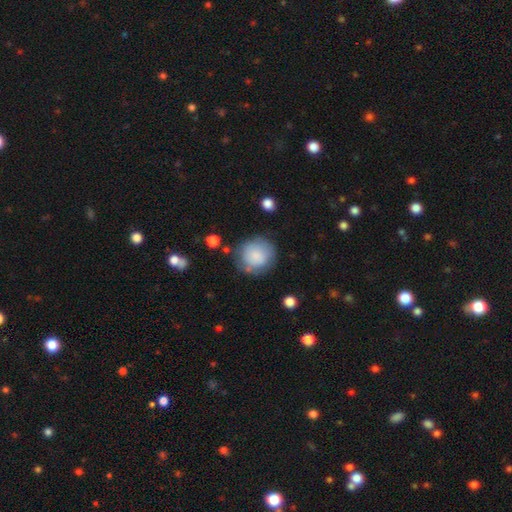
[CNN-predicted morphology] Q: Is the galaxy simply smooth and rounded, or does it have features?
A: smooth — 80%.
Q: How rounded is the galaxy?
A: round — 89%.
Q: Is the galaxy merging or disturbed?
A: none — 72%.